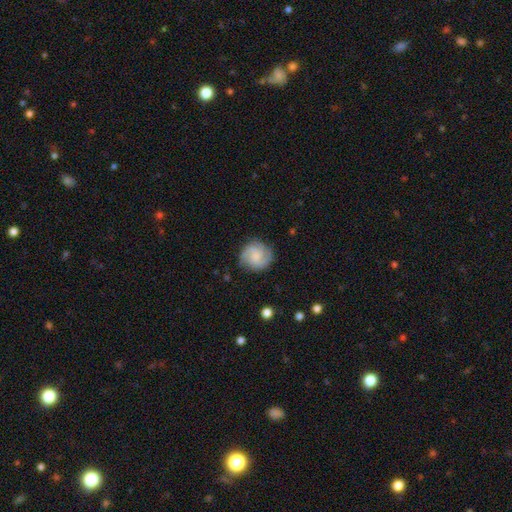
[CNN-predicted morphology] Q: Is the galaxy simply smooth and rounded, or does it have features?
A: featured or disk — 55%.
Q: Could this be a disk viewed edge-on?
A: no — 98%.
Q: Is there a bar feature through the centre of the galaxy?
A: no — 64%.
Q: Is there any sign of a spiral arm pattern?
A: yes — 92%.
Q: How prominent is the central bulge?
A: small — 43%.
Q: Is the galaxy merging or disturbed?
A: none — 78%.